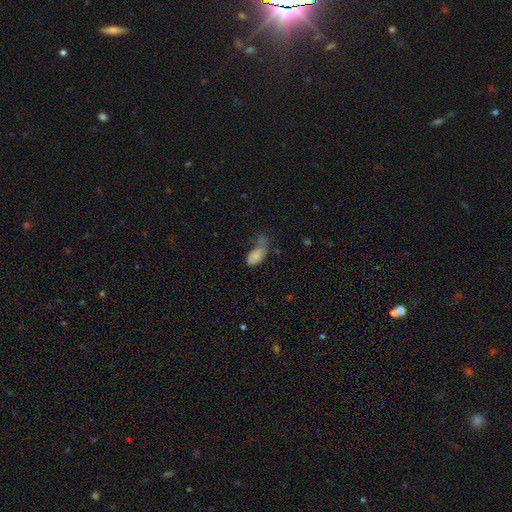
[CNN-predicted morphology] Q: Smooth or featured?
A: smooth (76%); runner-up: featured or disk (15%)
Q: How rounded?
A: in between (90%); runner-up: round (5%)
Q: Merging?
A: major disturbance (38%); runner-up: none (23%)